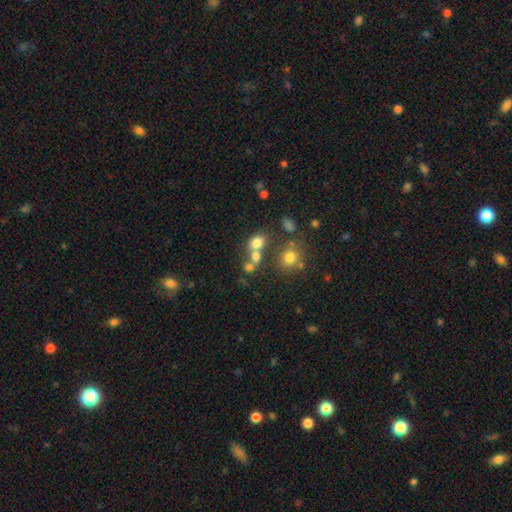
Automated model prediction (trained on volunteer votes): A smooth galaxy with no disk features (70%) that is round (63%). Merging: merger (45%).